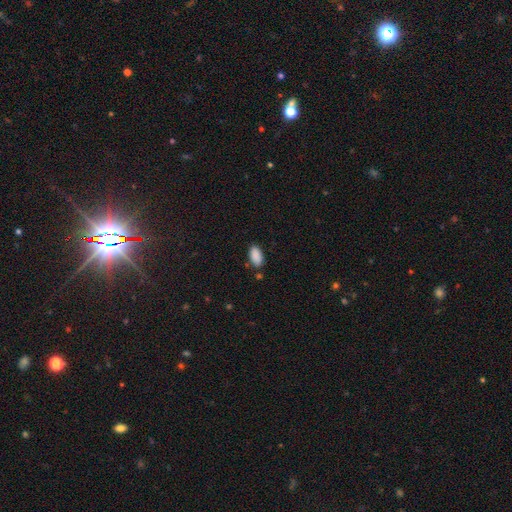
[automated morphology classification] Q: Smooth or featured?
A: smooth (89%); runner-up: star or artifact (7%)
Q: How rounded?
A: in between (94%); runner-up: cigar-shaped (3%)
Q: Merging?
A: none (80%); runner-up: minor disturbance (13%)